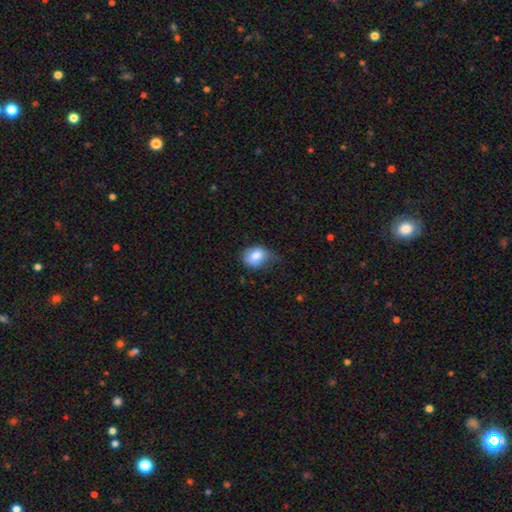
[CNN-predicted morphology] type=smooth (80%); roundness=in between (56%); merging=none (42%).